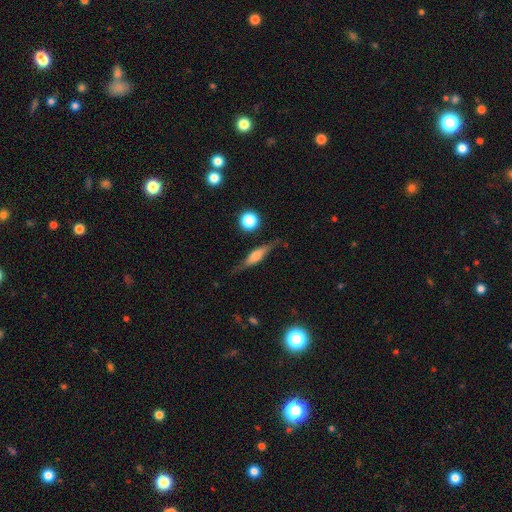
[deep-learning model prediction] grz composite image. It shows a featured or disk galaxy (58%) viewed edge-on (92%) with a rounded central bulge (62%). Merging: none (76%).